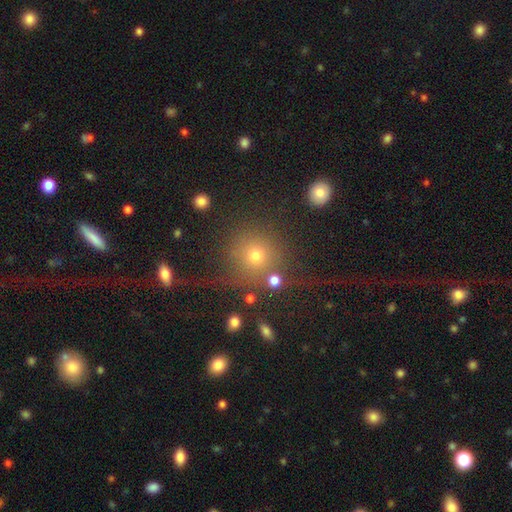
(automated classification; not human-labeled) Smooth or featured? smooth (69%)
How rounded? round (92%)
Merging? none (65%)